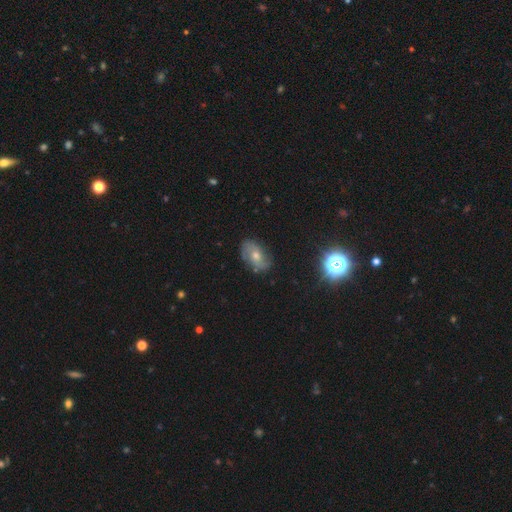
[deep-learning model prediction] Smooth or featured? Predicted: featured or disk (p=0.58). Edge-on disk? Predicted: no (p=0.94). Bar? Predicted: no (p=0.69). Spiral arms? Predicted: yes (p=0.82). Bulge size? Predicted: moderate (p=0.60). Merging? Predicted: none (p=0.77).